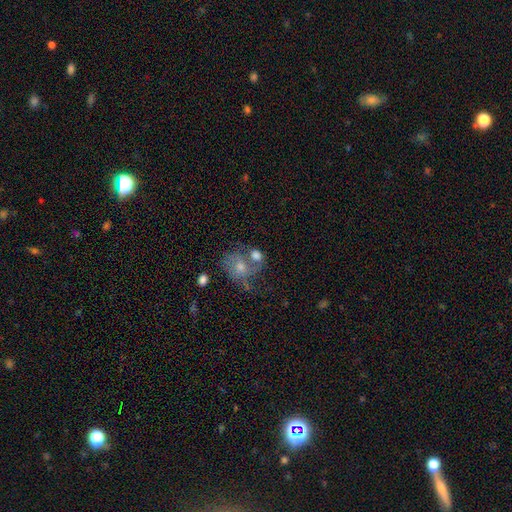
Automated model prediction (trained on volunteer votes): The model was most divided on "merging": merger: 40%, none: 32%, minor disturbance: 15%, major disturbance: 13%. More confident: smooth or featured — smooth (62%); how rounded — round (54%).